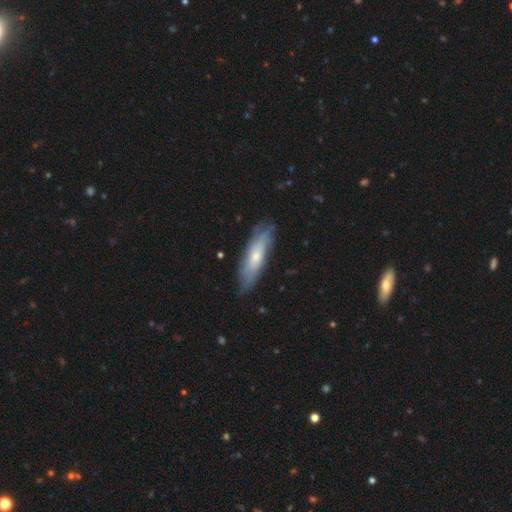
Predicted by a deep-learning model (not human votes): This is possibly a featured or disk galaxy (49%). Merging: likely none (77%).